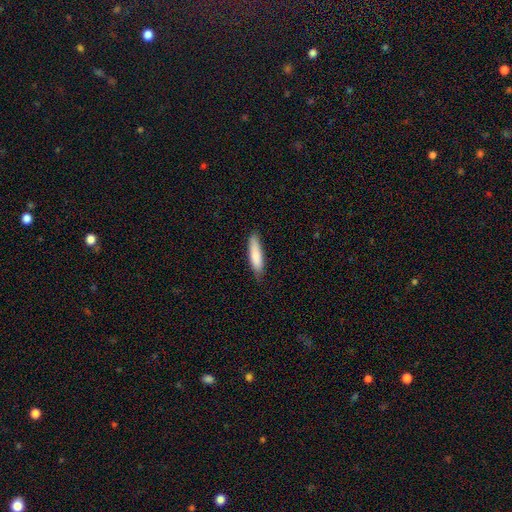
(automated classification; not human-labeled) This is clearly a smooth galaxy (84%). How rounded: likely cigar-shaped (73%). Merging: clearly none (82%).